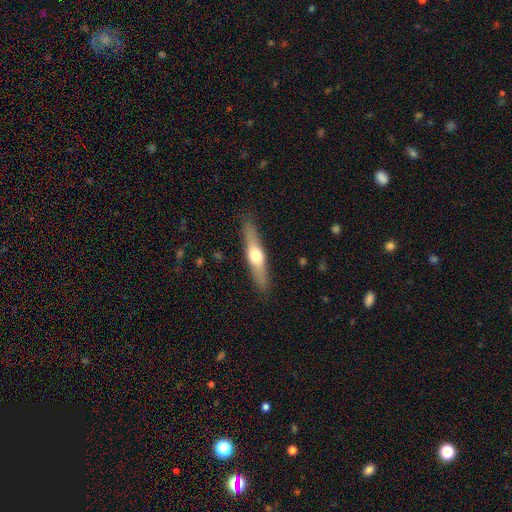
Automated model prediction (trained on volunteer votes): smooth-or-featured: featured or disk: 52% | smooth: 43% | star or artifact: 6%
  disk-edge-on: yes: 90% | no: 10%
  merging: none: 88% | minor disturbance: 9% | major disturbance: 2% | merger: 1%